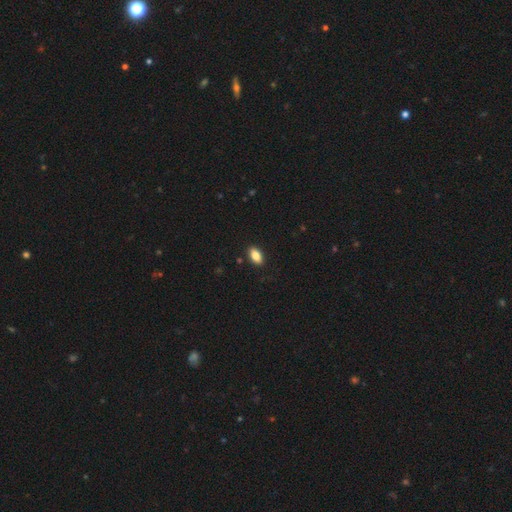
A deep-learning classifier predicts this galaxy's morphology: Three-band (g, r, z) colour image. It shows a smooth galaxy with no disk features (85%) that is in between round and cigar-shaped (92%). Merging: none (89%).